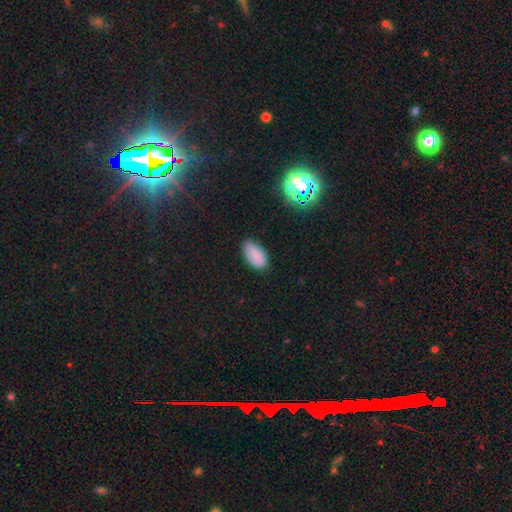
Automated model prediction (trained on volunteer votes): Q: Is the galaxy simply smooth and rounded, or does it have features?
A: smooth — 80%.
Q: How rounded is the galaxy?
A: in between — 94%.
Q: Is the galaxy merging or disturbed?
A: none — 71%.